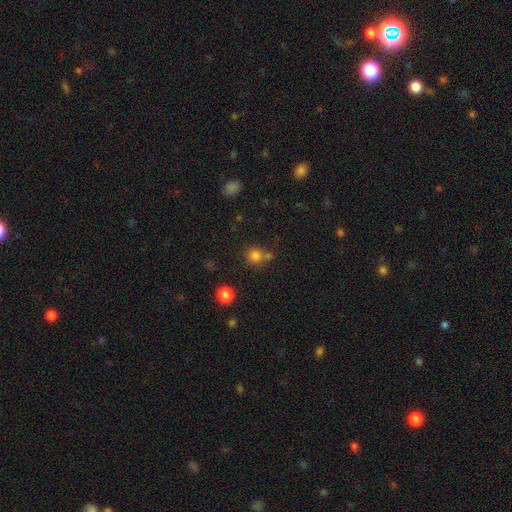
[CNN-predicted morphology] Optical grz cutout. It shows a smooth galaxy with no disk features (78%) that is round (88%). Merging: none (61%).